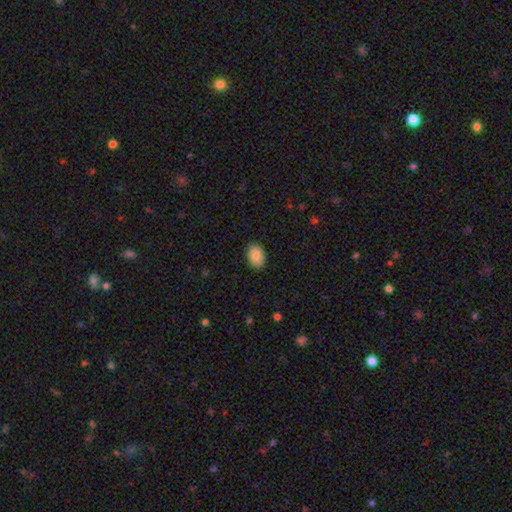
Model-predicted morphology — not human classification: smooth_or_featured: smooth (p=0.87) [alt: star or artifact p=0.07]
how_rounded: in between (p=0.87) [alt: round p=0.12]
merging: none (p=0.88) [alt: minor disturbance p=0.09]